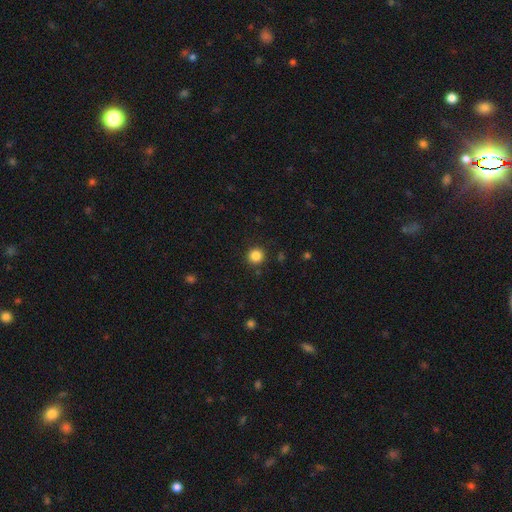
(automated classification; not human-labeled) This is clearly a smooth galaxy (85%). How rounded: clearly round (95%). Merging: clearly none (91%).